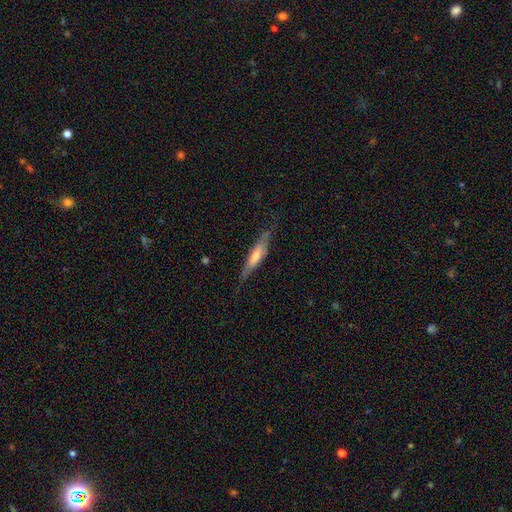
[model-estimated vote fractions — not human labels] Smooth or featured? featured or disk (49%)
Merging? none (72%)